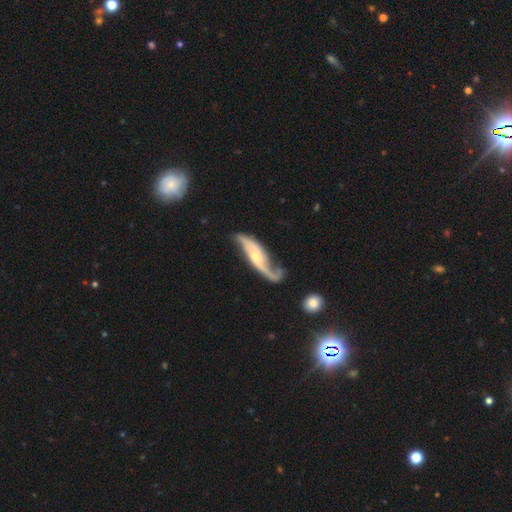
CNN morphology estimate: This is clearly a featured or disk galaxy (82%). It is clearly not viewed edge-on (85%). Bar: possibly no (54%). Spiral arm pattern: clearly yes (94%). Spiral arm count: clearly 2 (85%). Spiral winding: likely loose (80%). Central bulge: possibly small (46%). Merging: possibly none (52%).